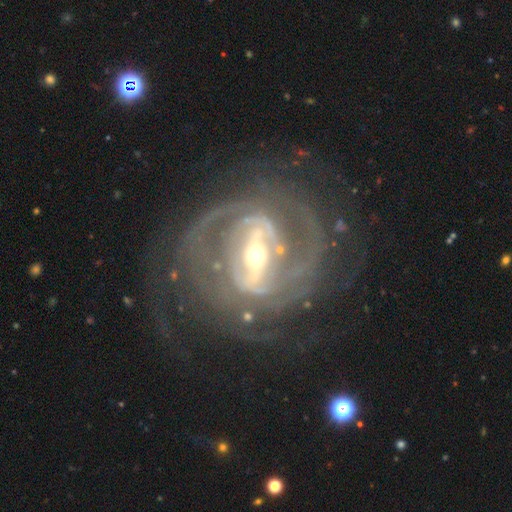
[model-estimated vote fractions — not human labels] featured or disk 90%, star or artifact 6%, smooth 5%. Down the decision tree: edge-on disk — no (95%); bar — strong (69%); spiral arms — yes (92%); spiral arm count — 2 (50%); spiral winding — tight (45%); bulge size — small (56%); merging — none (62%).